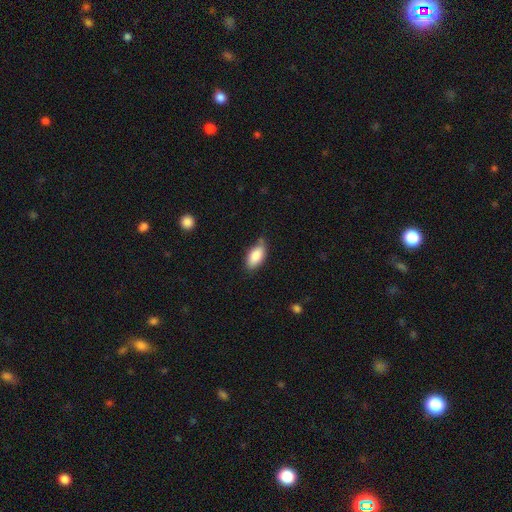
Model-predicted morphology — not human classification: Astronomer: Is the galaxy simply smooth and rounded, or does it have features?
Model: smooth — 85%.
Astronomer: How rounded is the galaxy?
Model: in between — 91%.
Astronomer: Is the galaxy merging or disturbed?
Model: none — 73%.